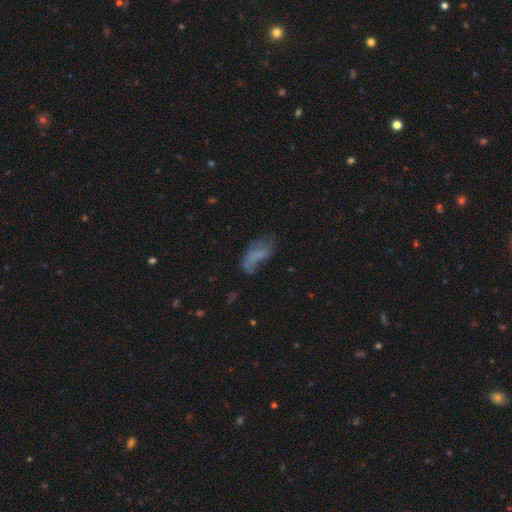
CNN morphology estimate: A smooth galaxy with no disk features (50%) that is in between round and cigar-shaped (83%). Merging: major disturbance (34%, tied with none).